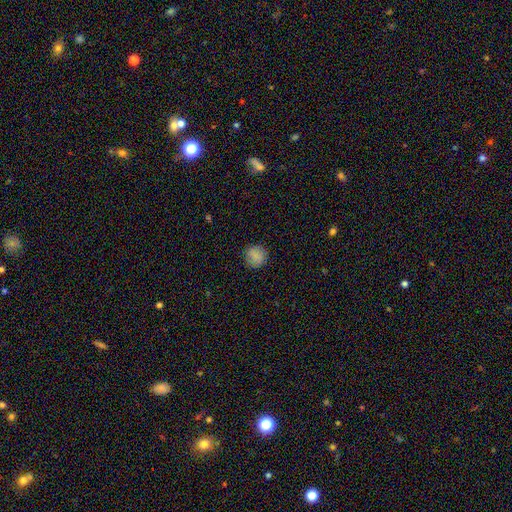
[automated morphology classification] Smooth or featured: smooth — 85% (star or artifact — 9%)
How rounded: round — 90% (in between — 9%)
Merging: none — 88% (minor disturbance — 8%)